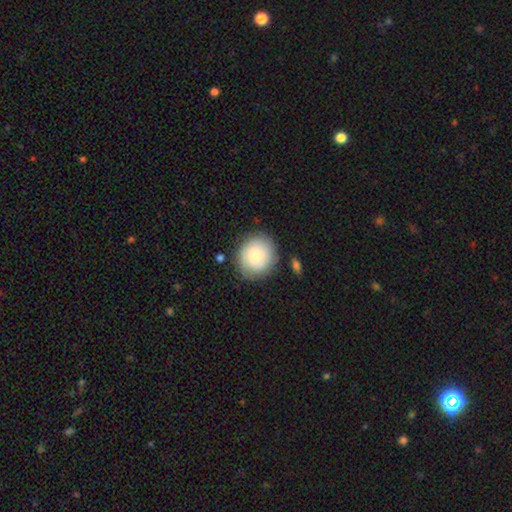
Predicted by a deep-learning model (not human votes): This is likely a smooth galaxy (73%). How rounded: clearly round (87%). Merging: likely none (80%).